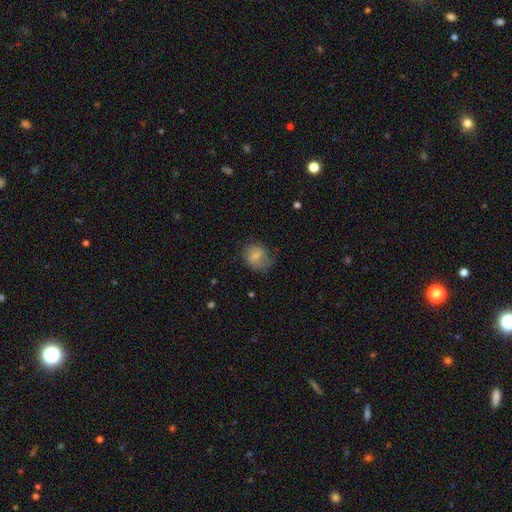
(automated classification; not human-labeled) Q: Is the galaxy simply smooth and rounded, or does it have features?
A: smooth — 62%.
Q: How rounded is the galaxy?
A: round — 60%.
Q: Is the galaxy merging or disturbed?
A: none — 58%.